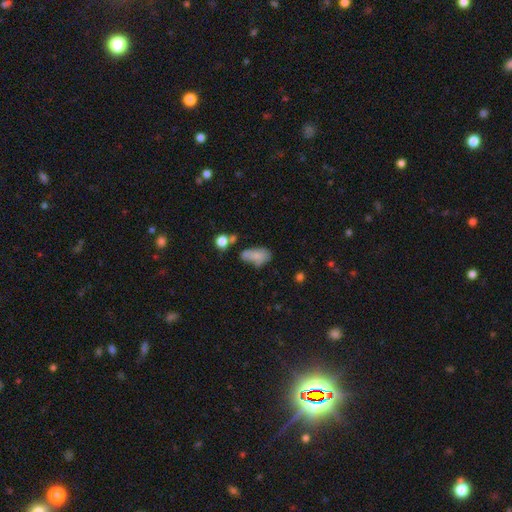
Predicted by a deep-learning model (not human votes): smooth 74%, featured or disk 17%, star or artifact 9%. Down the decision tree: how rounded — in between (89%); merging — none (44%).